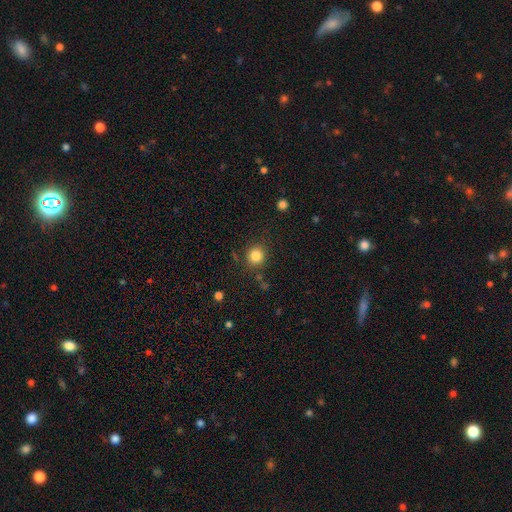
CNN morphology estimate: This appears to be a smooth galaxy with no disk features (84%) that is round (90%). Merging: none (86%).